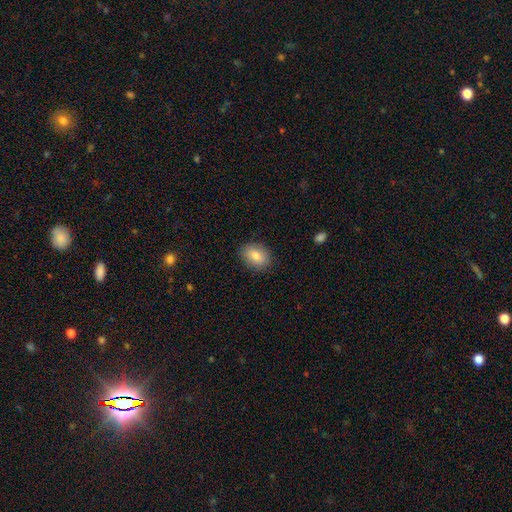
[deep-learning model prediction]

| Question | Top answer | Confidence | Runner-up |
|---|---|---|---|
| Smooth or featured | smooth | 82% | featured or disk (10%) |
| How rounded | in between | 80% | round (19%) |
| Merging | none | 86% | minor disturbance (10%) |